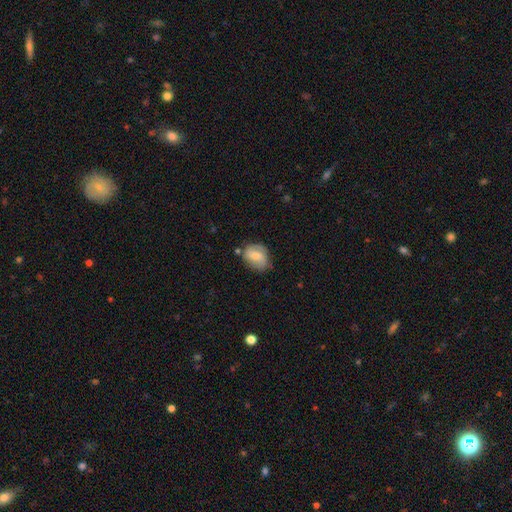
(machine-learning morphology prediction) type=smooth (65%); roundness=in between (65%); merging=none (55%).